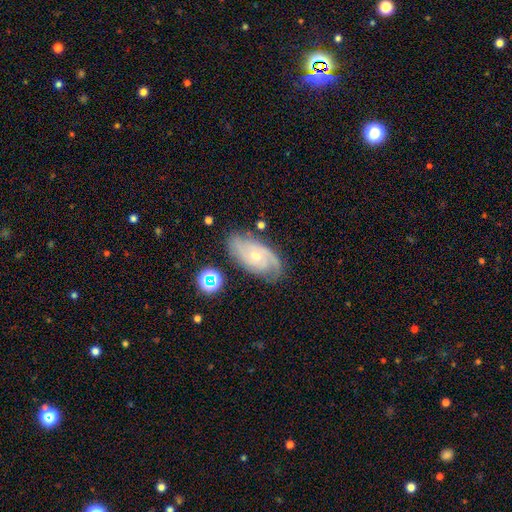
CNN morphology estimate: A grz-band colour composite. It shows a featured or disk galaxy (79%) with no bar (67%), 2 (48%) tight (51%) spiral arms (95%) and a small central bulge (57%). Merging: none (73%).